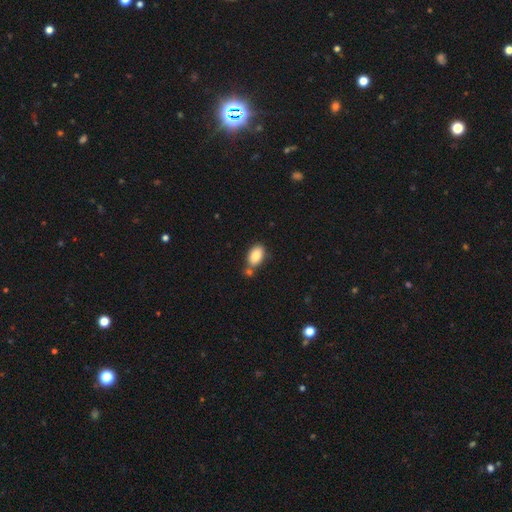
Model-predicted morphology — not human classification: smooth_or_featured: smooth (p=0.85) [alt: featured or disk p=0.08]
how_rounded: in between (p=0.91) [alt: round p=0.07]
merging: none (p=0.61) [alt: merger p=0.22]